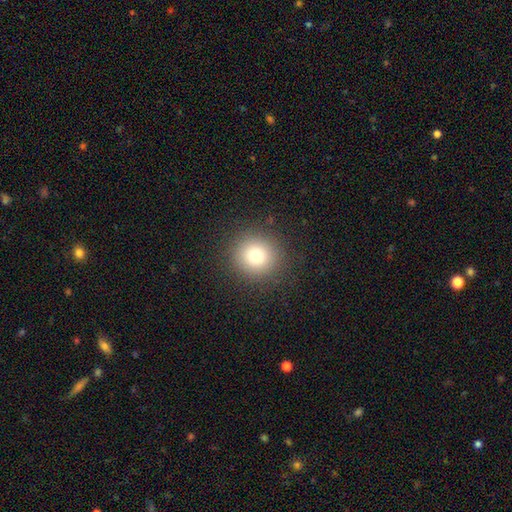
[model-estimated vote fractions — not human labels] This is likely a smooth galaxy (75%). How rounded: clearly round (93%). Merging: clearly none (89%).